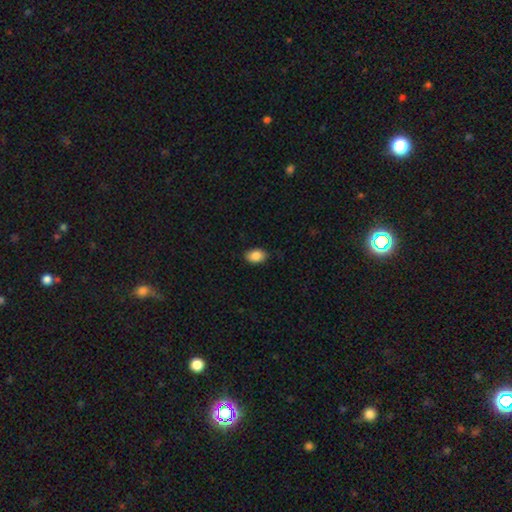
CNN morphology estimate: Smooth or featured? Predicted: smooth (p=0.88). How rounded? Predicted: in between (p=0.85). Merging? Predicted: none (p=0.85).